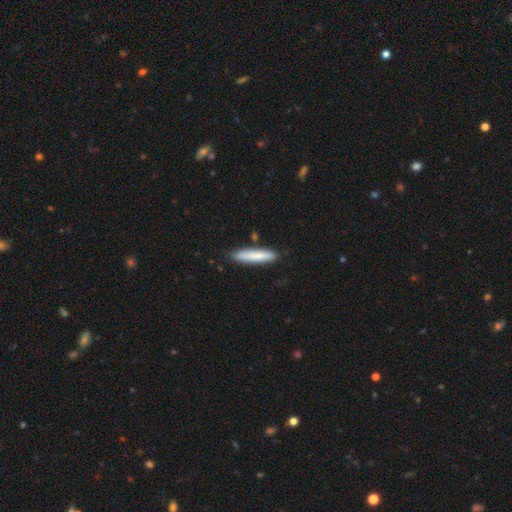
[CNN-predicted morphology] smooth_or_featured: smooth (p=0.78) [alt: featured or disk p=0.16]
how_rounded: cigar-shaped (p=0.87) [alt: in between p=0.12]
merging: none (p=0.83) [alt: minor disturbance p=0.12]